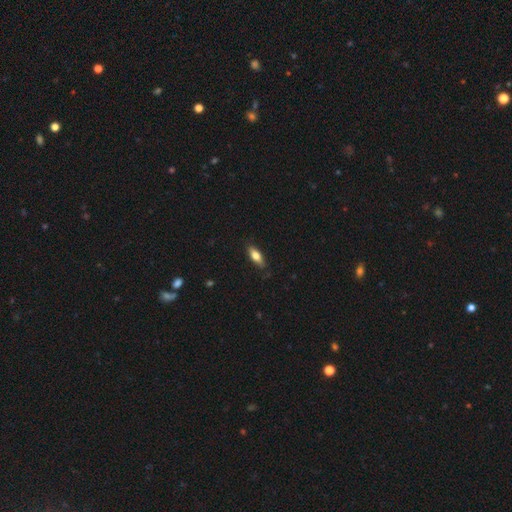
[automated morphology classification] Q: Smooth or featured?
A: smooth (72%); runner-up: featured or disk (22%)
Q: How rounded?
A: in between (68%); runner-up: cigar-shaped (29%)
Q: Merging?
A: none (83%); runner-up: minor disturbance (13%)